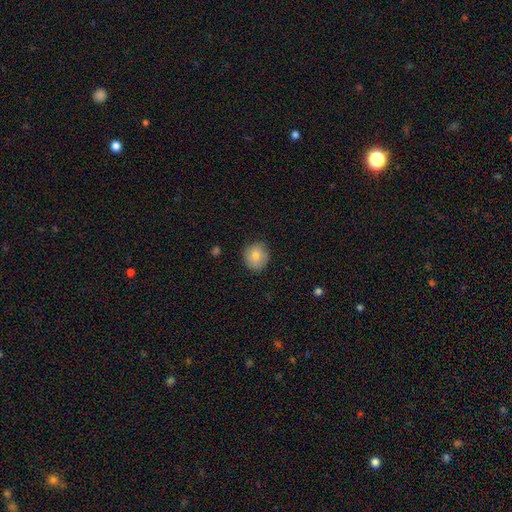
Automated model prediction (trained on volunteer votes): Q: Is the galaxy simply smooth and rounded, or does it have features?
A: smooth — 80%.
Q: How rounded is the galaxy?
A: round — 85%.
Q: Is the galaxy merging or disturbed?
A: none — 85%.